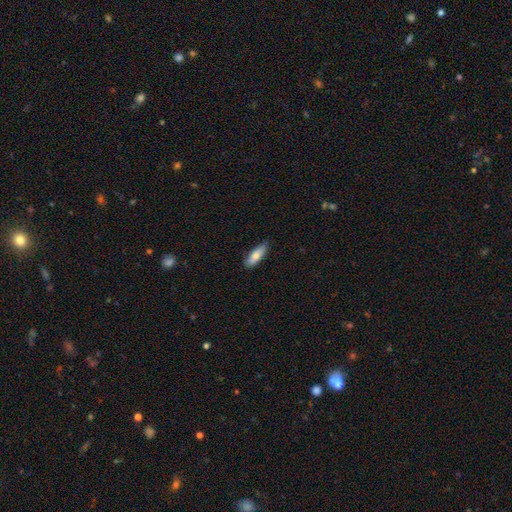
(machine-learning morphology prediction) The model was most divided on "how rounded": in between: 57%, cigar-shaped: 41%, round: 2%. More confident: merging — none (81%); smooth or featured — smooth (76%).